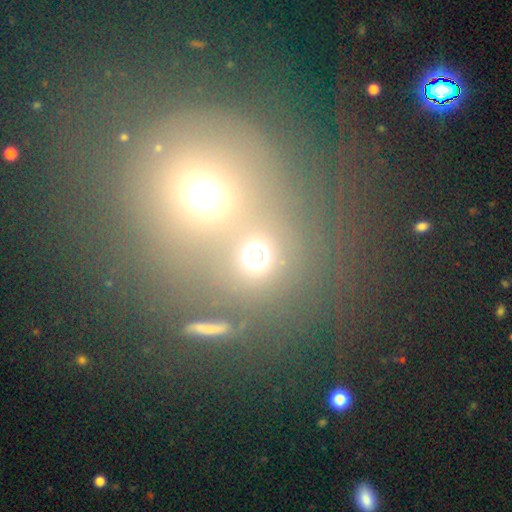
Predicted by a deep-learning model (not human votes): This is possibly a smooth galaxy (58%). How rounded: clearly round (83%). Merging: likely none (69%).